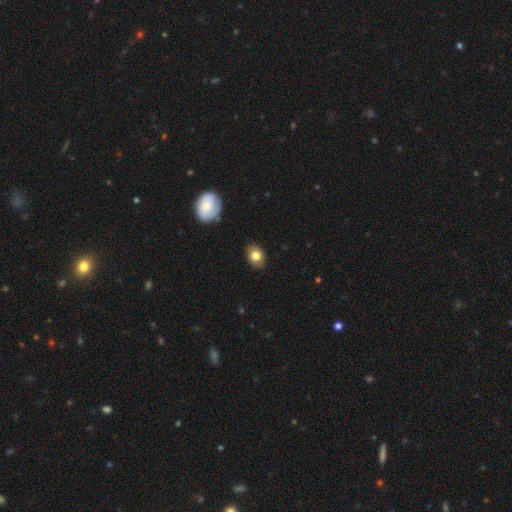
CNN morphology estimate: Q: Smooth or featured?
A: smooth (79%); runner-up: featured or disk (12%)
Q: How rounded?
A: in between (67%); runner-up: round (32%)
Q: Merging?
A: none (84%); runner-up: minor disturbance (12%)